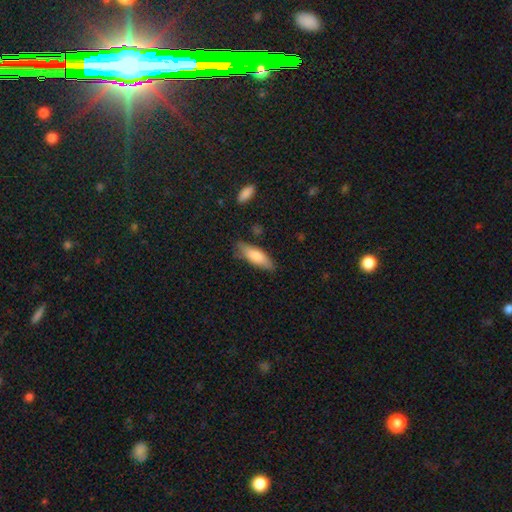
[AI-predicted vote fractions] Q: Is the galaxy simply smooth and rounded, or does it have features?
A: smooth — 78%.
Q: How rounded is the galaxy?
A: in between — 53%.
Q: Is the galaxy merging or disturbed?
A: none — 77%.